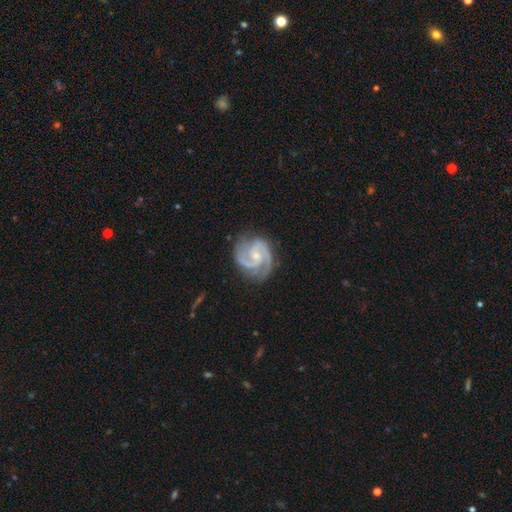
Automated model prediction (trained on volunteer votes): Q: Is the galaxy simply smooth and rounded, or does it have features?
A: featured or disk — 92%.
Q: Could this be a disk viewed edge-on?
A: no — 98%.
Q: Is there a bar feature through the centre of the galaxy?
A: no — 56%.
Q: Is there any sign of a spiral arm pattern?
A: yes — 99%.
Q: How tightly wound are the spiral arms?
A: medium — 54%.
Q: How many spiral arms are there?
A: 2 — 73%.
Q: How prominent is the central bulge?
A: small — 57%.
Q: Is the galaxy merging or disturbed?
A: none — 75%.